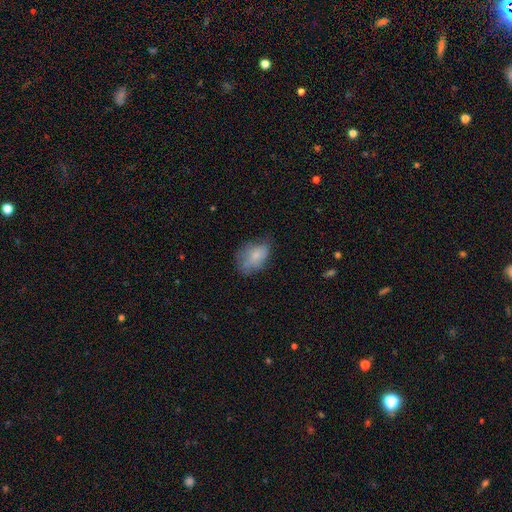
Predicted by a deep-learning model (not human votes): smooth 75%, featured or disk 16%, star or artifact 8%. Down the decision tree: how rounded — in between (85%); merging — none (52%).